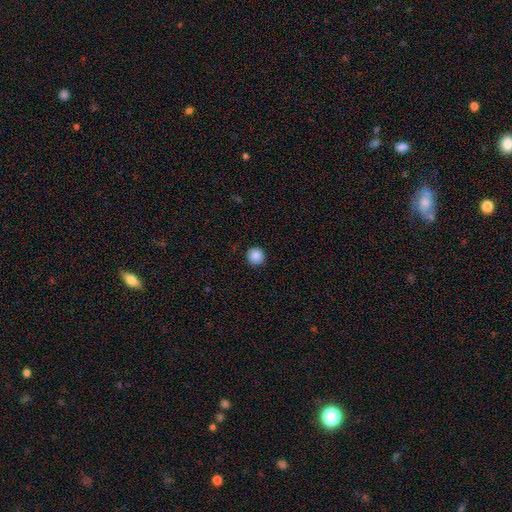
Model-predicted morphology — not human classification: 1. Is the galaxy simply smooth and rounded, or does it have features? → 88% smooth, 9% star or artifact, 3% featured or disk.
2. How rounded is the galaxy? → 94% round, 5% in between, 1% cigar-shaped.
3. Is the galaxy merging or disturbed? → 91% none, 6% minor disturbance, 2% major disturbance, 1% merger.